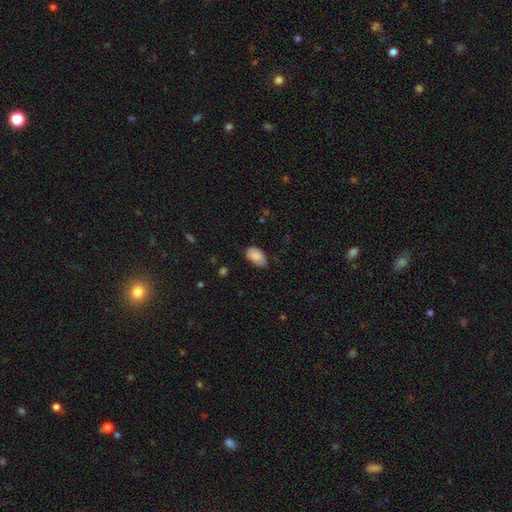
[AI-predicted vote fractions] Q: Smooth or featured?
A: smooth (87%); runner-up: star or artifact (7%)
Q: How rounded?
A: in between (92%); runner-up: round (6%)
Q: Merging?
A: none (67%); runner-up: minor disturbance (27%)